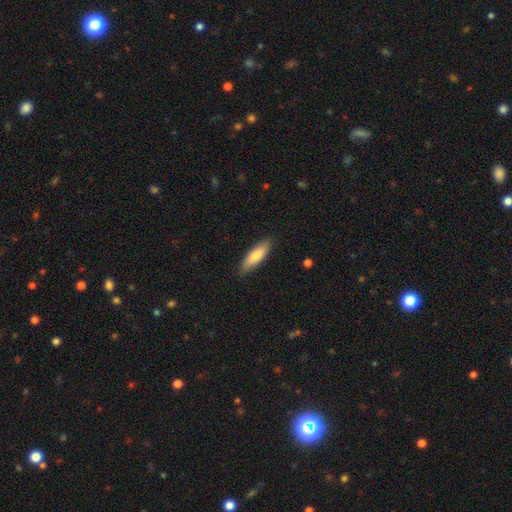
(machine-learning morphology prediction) Smooth or featured: smooth — 78% (featured or disk — 17%)
How rounded: cigar-shaped — 54% (in between — 45%)
Merging: none — 85% (minor disturbance — 12%)